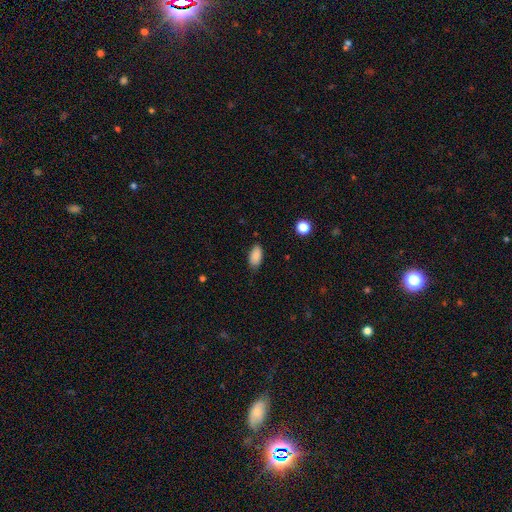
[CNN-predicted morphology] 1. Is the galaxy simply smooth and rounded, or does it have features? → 87% smooth, 8% star or artifact, 5% featured or disk.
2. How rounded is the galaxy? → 92% in between, 4% cigar-shaped, 3% round.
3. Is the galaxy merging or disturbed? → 80% none, 16% minor disturbance, 3% major disturbance, 1% merger.